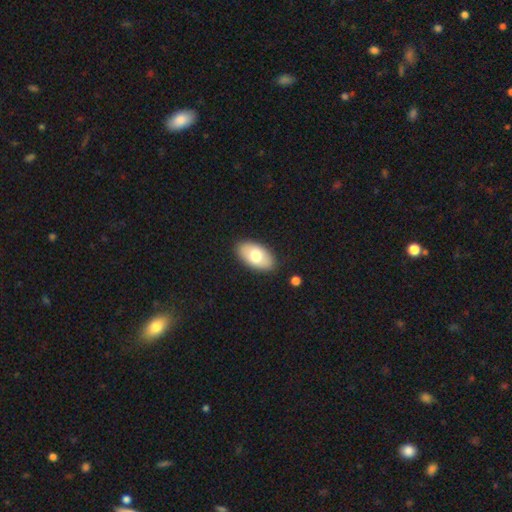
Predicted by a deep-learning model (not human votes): A smooth galaxy with no disk features (72%) that is in between round and cigar-shaped (94%).

Vote fractions:
- Smooth or featured? smooth: 72% / featured or disk: 22% / star or artifact: 6%
- How rounded? in between: 94% / round: 4% / cigar-shaped: 2%
- Merging? none: 87% / minor disturbance: 10% / major disturbance: 2% / merger: 1%